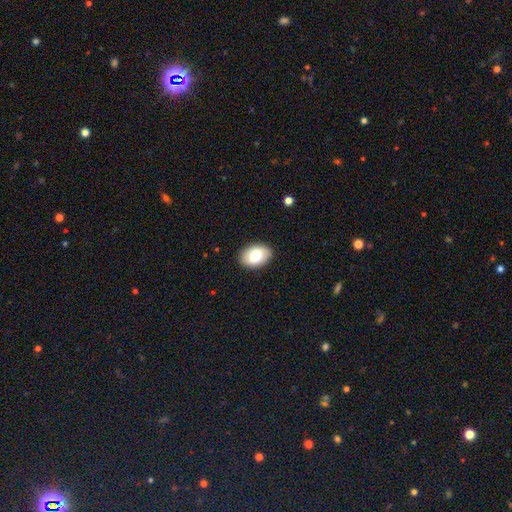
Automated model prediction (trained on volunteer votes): Smooth or featured? smooth (76%)
How rounded? in between (85%)
Merging? none (89%)